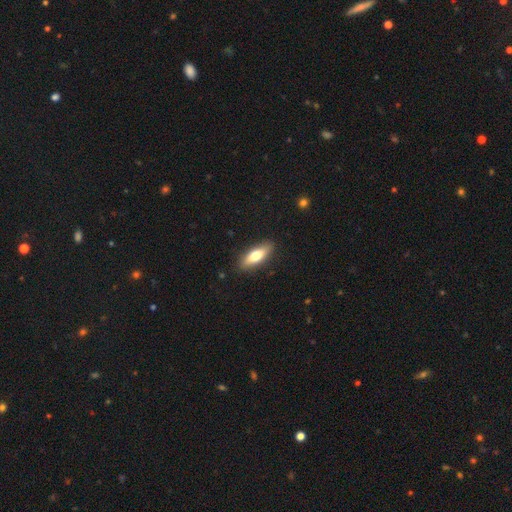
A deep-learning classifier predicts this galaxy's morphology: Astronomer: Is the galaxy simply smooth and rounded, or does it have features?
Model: smooth — 70%.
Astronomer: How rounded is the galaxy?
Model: in between — 58% (runner-up: cigar-shaped, 40%).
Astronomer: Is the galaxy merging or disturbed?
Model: none — 88%.